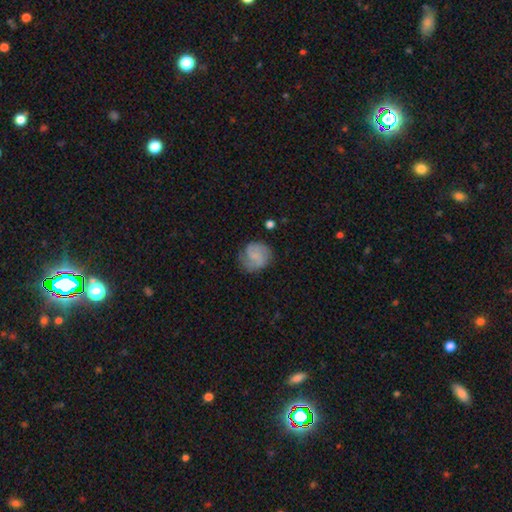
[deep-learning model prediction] A smooth galaxy with no disk features (47%). Merging: none (65%).